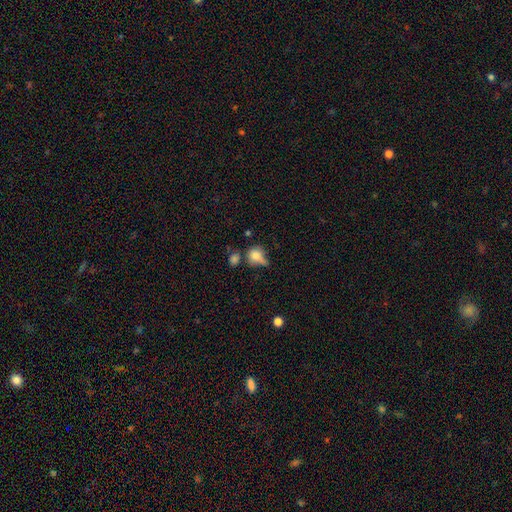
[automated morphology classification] Overall: smooth (73%). How rounded: round (65%; in between 32%). Merging: none (37%; minor disturbance 27%).